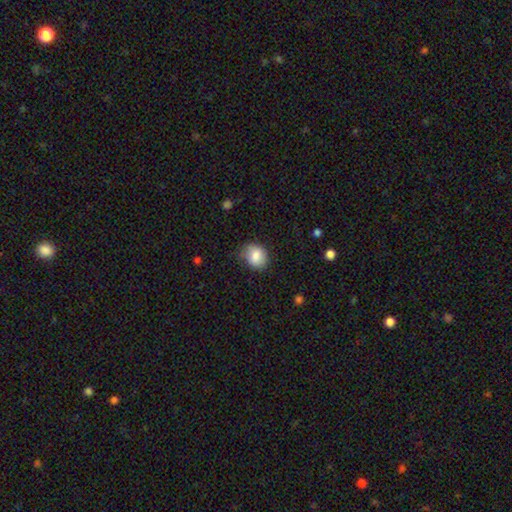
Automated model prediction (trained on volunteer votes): A smooth galaxy with no disk features (82%) that is round (64%).

Vote fractions:
- Smooth or featured? smooth: 82% / featured or disk: 10% / star or artifact: 8%
- How rounded? round: 64% / in between: 36% / cigar-shaped: 1%
- Merging? none: 70% / minor disturbance: 24% / major disturbance: 5% / merger: 1%